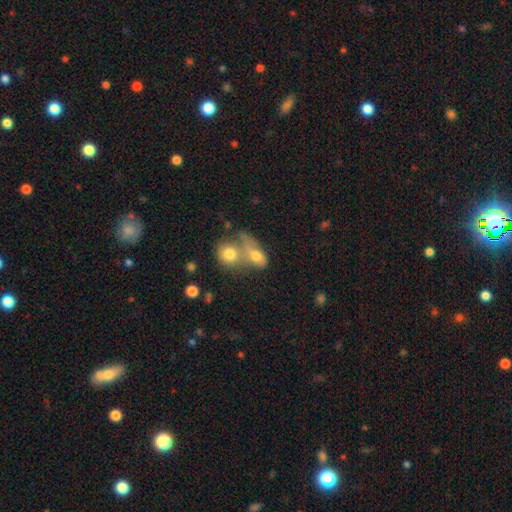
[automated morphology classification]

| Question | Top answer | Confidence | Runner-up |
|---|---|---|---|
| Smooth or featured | smooth | 71% | featured or disk (20%) |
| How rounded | in between | 70% | round (26%) |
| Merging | merger | 66% | none (16%) |